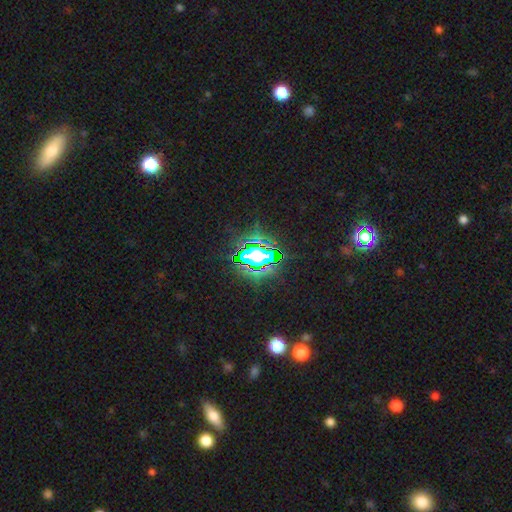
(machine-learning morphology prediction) smooth-or-featured: star or artifact: 72% | smooth: 17% | featured or disk: 12%